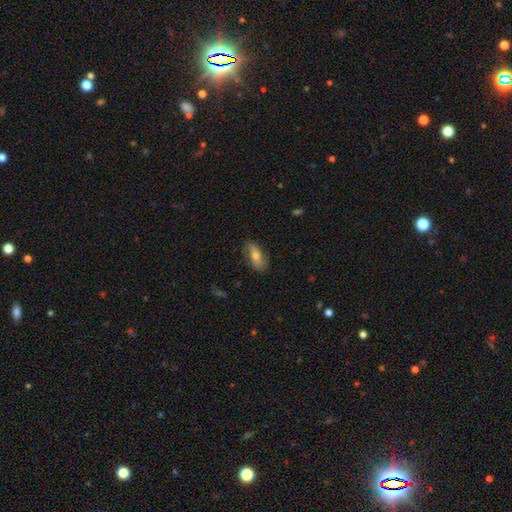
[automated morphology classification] This appears to be a smooth galaxy with no disk features (59%) that is in between round and cigar-shaped (80%). Merging: none (77%).